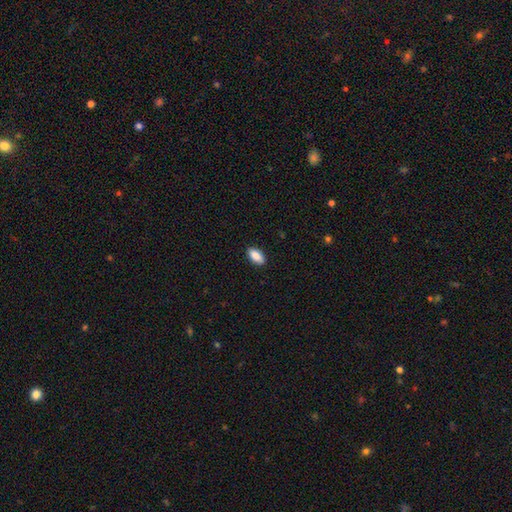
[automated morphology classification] A smooth galaxy with no disk features (88%) that is in between round and cigar-shaped (90%).

Vote fractions:
- Smooth or featured? smooth: 88% / star or artifact: 7% / featured or disk: 5%
- How rounded? in between: 90% / cigar-shaped: 8% / round: 3%
- Merging? none: 89% / minor disturbance: 8% / major disturbance: 2% / merger: 1%